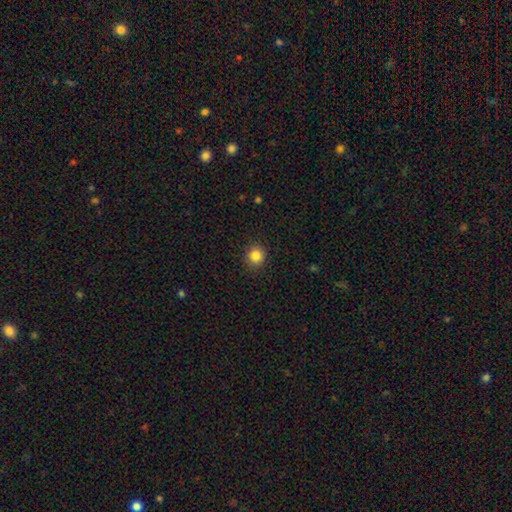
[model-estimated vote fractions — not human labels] smooth_or_featured: smooth (p=0.85) [alt: star or artifact p=0.11]
how_rounded: round (p=0.89) [alt: in between p=0.10]
merging: none (p=0.90) [alt: minor disturbance p=0.07]